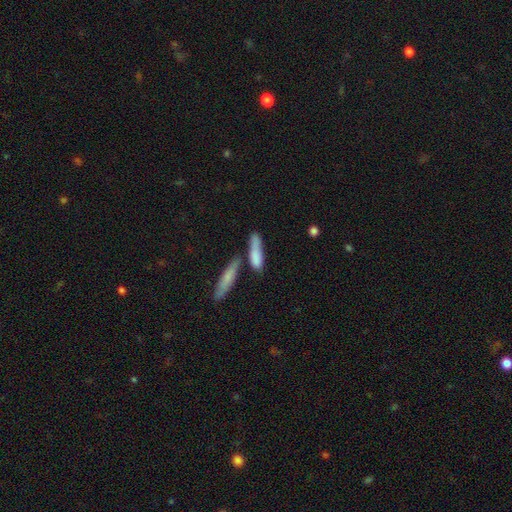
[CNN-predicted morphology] smooth 78%, featured or disk 16%, star or artifact 6%. Down the decision tree: how rounded — cigar-shaped (71%); merging — none (52%).